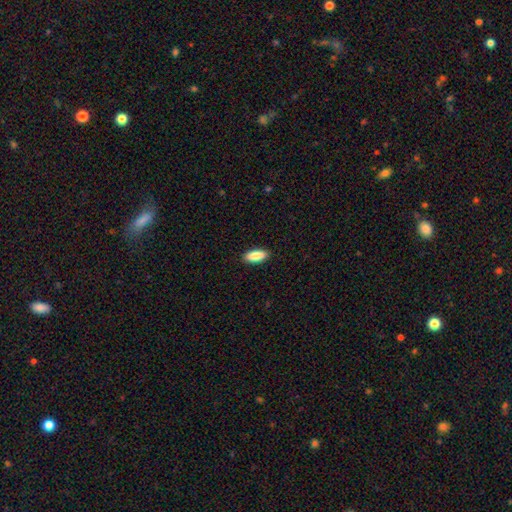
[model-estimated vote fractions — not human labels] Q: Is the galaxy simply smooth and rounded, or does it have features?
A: smooth — 88%.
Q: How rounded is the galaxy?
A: in between — 77%.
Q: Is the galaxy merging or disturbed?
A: none — 90%.